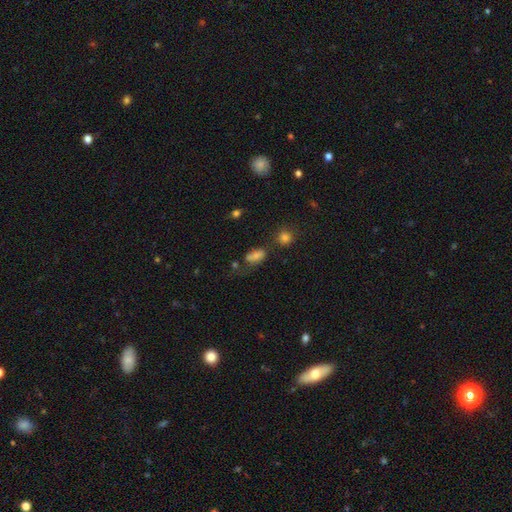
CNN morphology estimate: Overall: smooth (60%; star or artifact 26%). How rounded: in between (76%). Merging: none (48%; minor disturbance 22%).